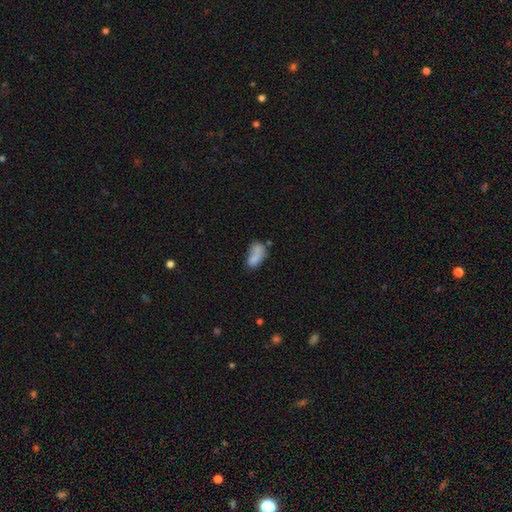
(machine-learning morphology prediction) A smooth galaxy with no disk features (75%) that is in between round and cigar-shaped (88%). Merging: none (36%).